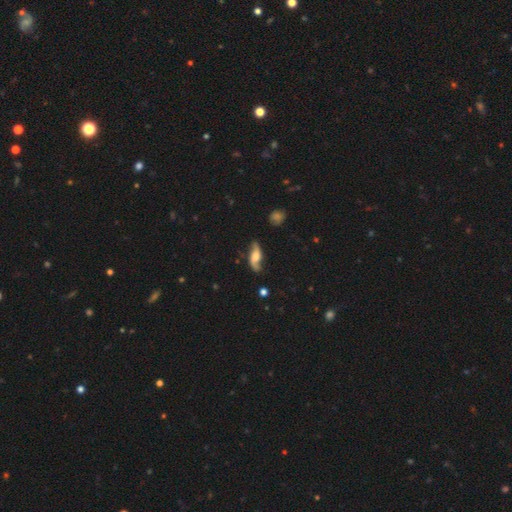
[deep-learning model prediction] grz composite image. It shows a featured or disk galaxy (67%) with no bar (60%), spiral arms (91%) and a moderate central bulge (39%). Merging: none (71%).